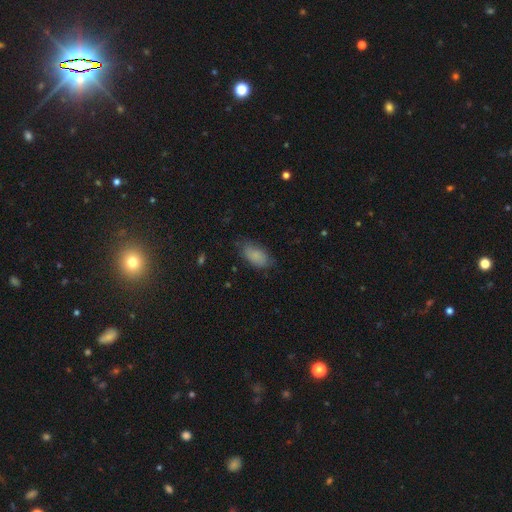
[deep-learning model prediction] Smooth or featured: smooth — 84% (featured or disk — 8%)
How rounded: in between — 92% (cigar-shaped — 4%)
Merging: none — 72% (minor disturbance — 21%)